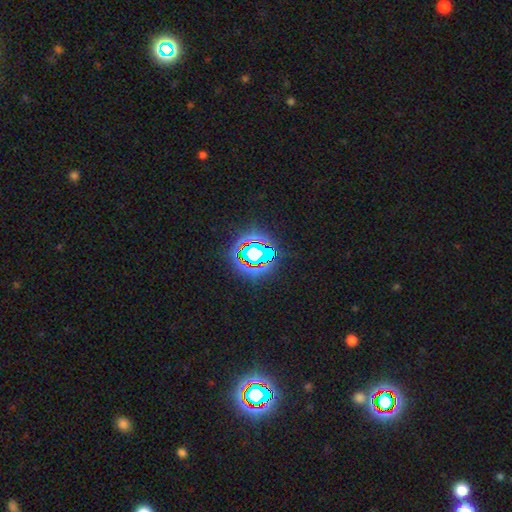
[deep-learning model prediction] A star or artifact, not a galaxy (75%).